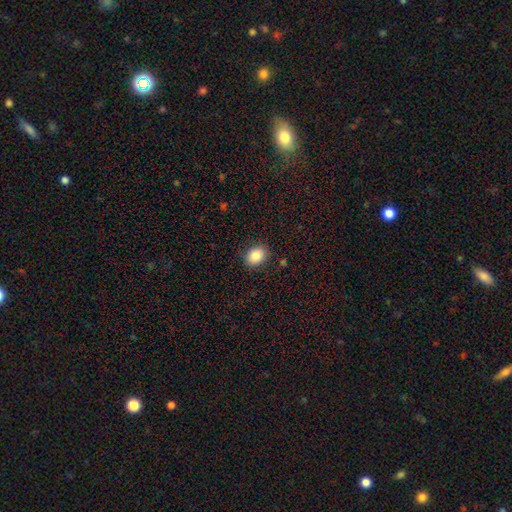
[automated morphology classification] Smooth or featured: smooth — 86% (star or artifact — 9%)
How rounded: in between — 58% (round — 41%)
Merging: none — 88% (minor disturbance — 9%)